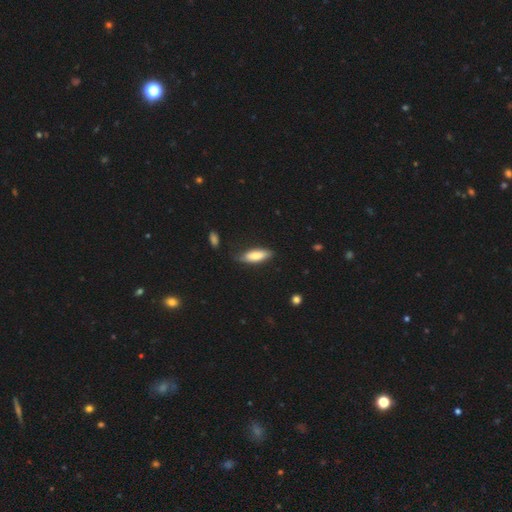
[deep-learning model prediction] This is likely a smooth galaxy (77%). How rounded: possibly in between (58%). Merging: likely none (67%).